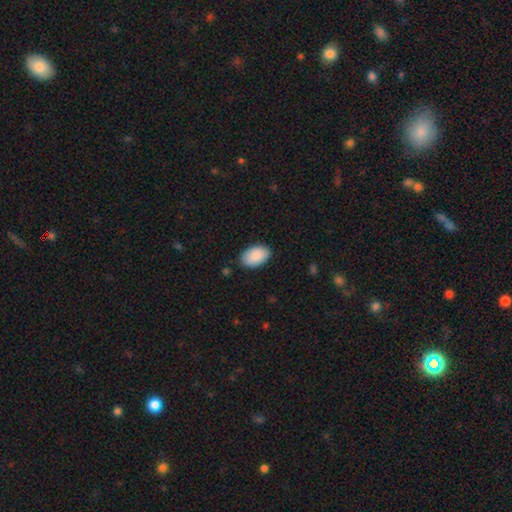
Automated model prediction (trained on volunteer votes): Smooth or featured? smooth (90%)
How rounded? in between (94%)
Merging? none (87%)